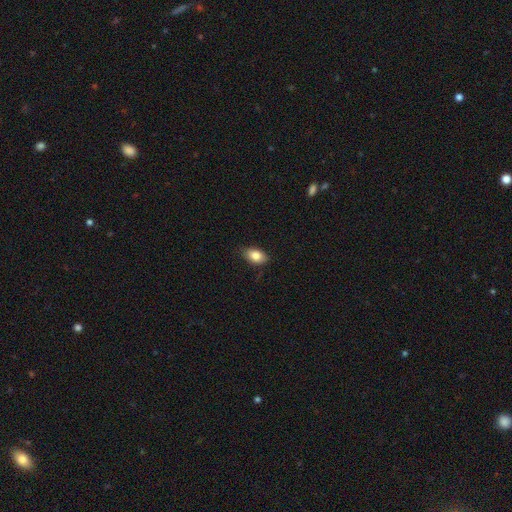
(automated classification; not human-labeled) Smooth or featured: smooth — 83% (featured or disk — 9%)
How rounded: in between — 87% (round — 10%)
Merging: none — 80% (minor disturbance — 16%)